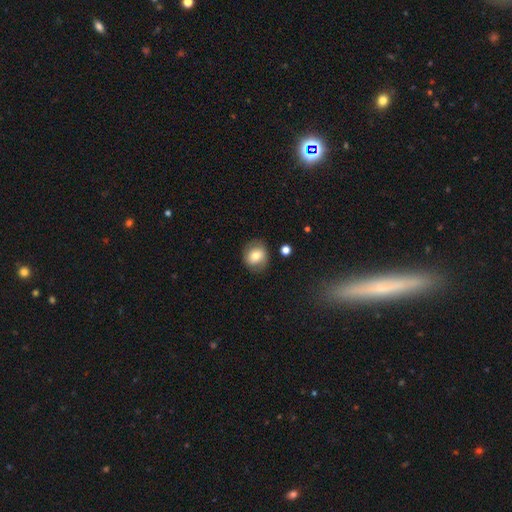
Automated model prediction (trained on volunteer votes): The model was most divided on "how rounded": round: 70%, in between: 29%, cigar-shaped: 1%. More confident: merging — none (79%); smooth or featured — smooth (72%).